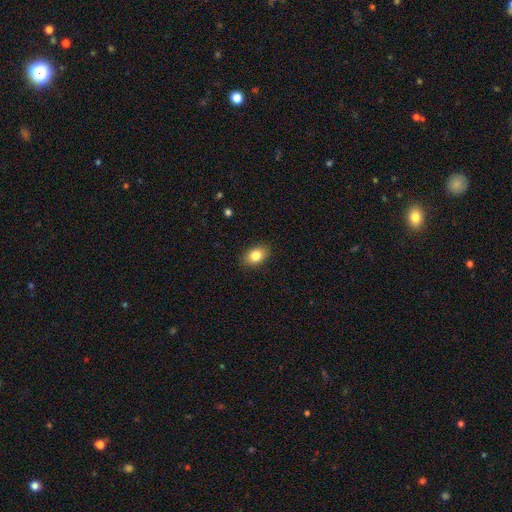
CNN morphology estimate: Overall: smooth (83%). How rounded: in between (79%). Merging: none (89%).